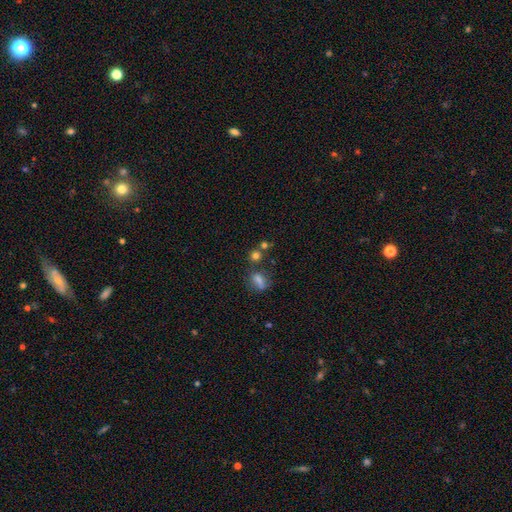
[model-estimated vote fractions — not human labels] Morphology: type=smooth (75%); roundness=round (74%); merging=none (60%).